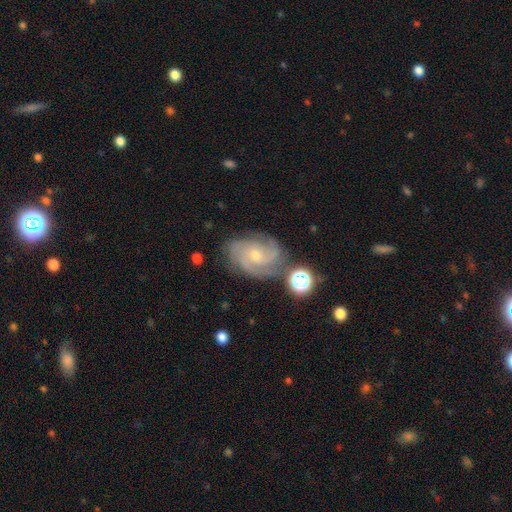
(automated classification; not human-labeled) Q: Smooth or featured?
A: featured or disk (84%); runner-up: smooth (8%)
Q: Edge-on disk?
A: no (97%); runner-up: yes (3%)
Q: Bar?
A: no (69%); runner-up: weak (27%)
Q: Spiral arms?
A: yes (97%); runner-up: no (3%)
Q: Spiral winding?
A: tight (50%); runner-up: medium (41%)
Q: Spiral arm count?
A: 3 (42%); runner-up: 2 (18%)
Q: Bulge size?
A: small (63%); runner-up: moderate (34%)
Q: Merging?
A: none (69%); runner-up: minor disturbance (18%)